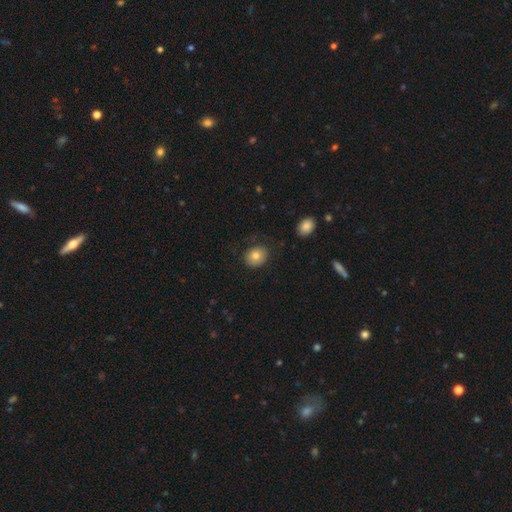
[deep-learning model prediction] Smooth or featured? smooth (78%)
How rounded? round (68%)
Merging? none (77%)